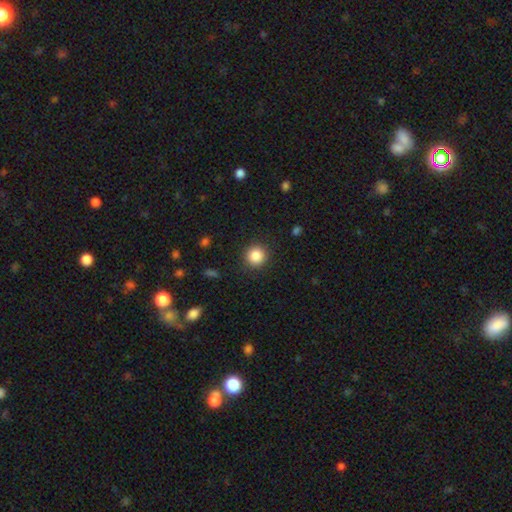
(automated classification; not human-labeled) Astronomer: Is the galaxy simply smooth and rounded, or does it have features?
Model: smooth — 85%.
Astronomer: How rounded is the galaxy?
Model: round — 94%.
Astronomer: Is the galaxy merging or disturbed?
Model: none — 90%.